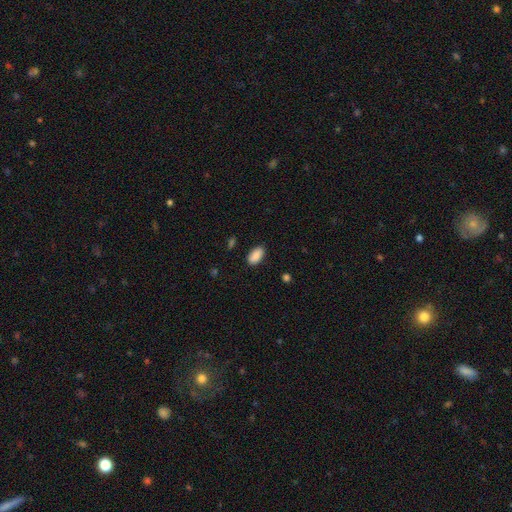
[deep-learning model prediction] Smooth or featured? Predicted: smooth (p=0.89). How rounded? Predicted: in between (p=0.94). Merging? Predicted: none (p=0.85).